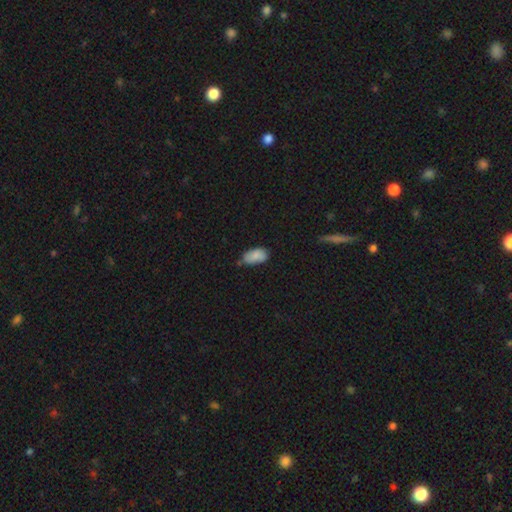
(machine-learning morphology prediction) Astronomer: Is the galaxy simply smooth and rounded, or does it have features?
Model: smooth — 85%.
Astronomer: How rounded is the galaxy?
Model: in between — 94%.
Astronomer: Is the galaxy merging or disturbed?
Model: none — 60%.